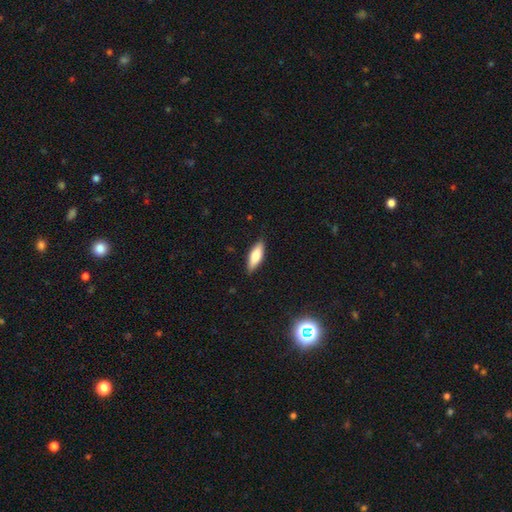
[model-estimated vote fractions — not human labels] Morphology: type=smooth (70%); roundness=in between (56%); merging=none (87%).